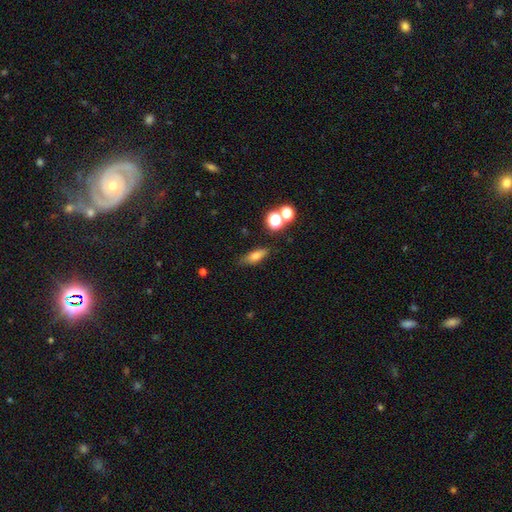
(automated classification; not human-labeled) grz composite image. It shows a smooth galaxy with no disk features (70%) that is in between round and cigar-shaped (57%). Merging: none (76%).